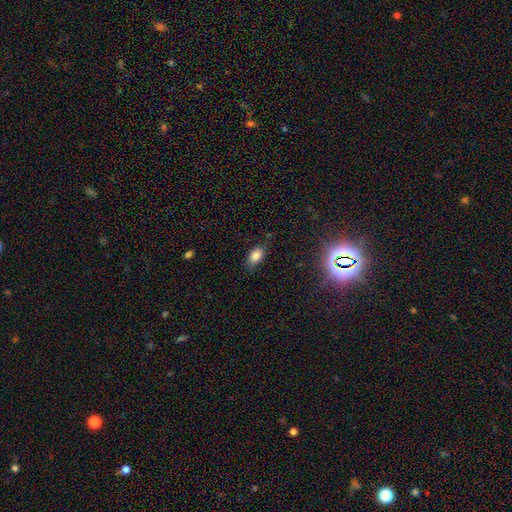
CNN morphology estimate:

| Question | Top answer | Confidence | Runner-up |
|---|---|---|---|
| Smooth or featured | smooth | 83% | star or artifact (11%) |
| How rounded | in between | 87% | round (11%) |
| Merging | none | 79% | minor disturbance (16%) |